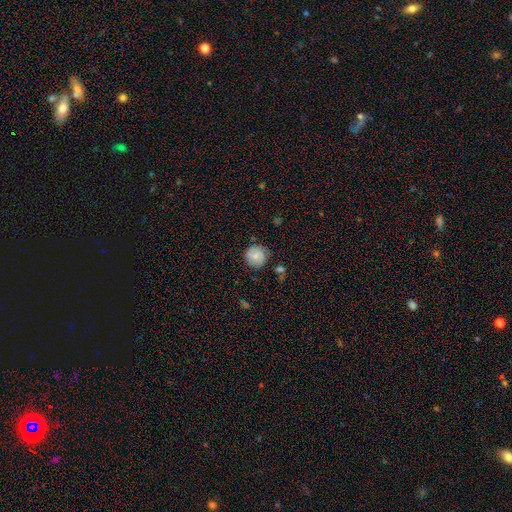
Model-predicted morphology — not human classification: This is likely a smooth galaxy (64%). How rounded: clearly round (88%). Merging: likely none (73%).